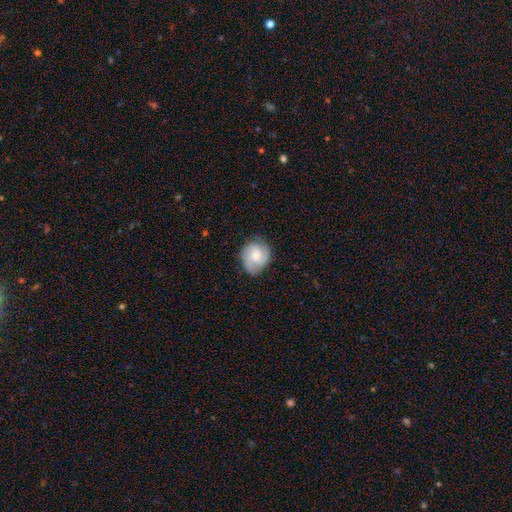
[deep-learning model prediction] Q: Smooth or featured?
A: featured or disk (74%); runner-up: smooth (20%)
Q: Edge-on disk?
A: no (98%); runner-up: yes (2%)
Q: Bar?
A: no (60%); runner-up: weak (35%)
Q: Spiral arms?
A: yes (96%); runner-up: no (4%)
Q: Spiral winding?
A: medium (44%); tied with: tight (44%)
Q: Spiral arm count?
A: 2 (62%); runner-up: 3 (21%)
Q: Bulge size?
A: moderate (55%); runner-up: small (37%)
Q: Merging?
A: none (79%); runner-up: minor disturbance (16%)